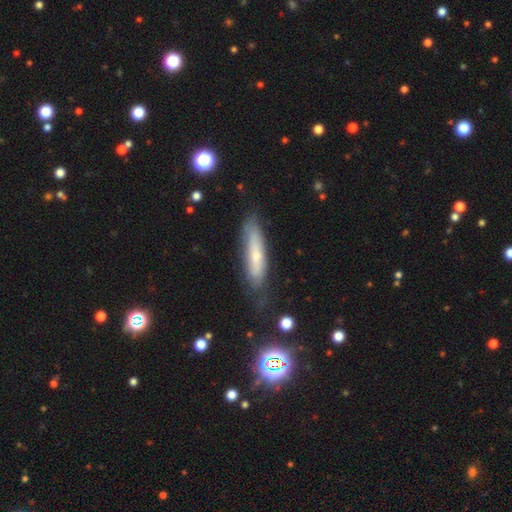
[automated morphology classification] The model was most divided on "smooth or featured": smooth: 49%, featured or disk: 44%, star or artifact: 8%. More confident: merging — none (72%).